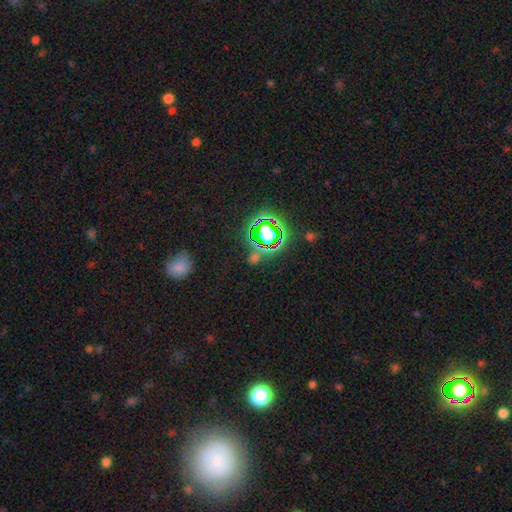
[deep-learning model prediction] Smooth or featured?
  - star or artifact: 71% *
  - smooth: 19%
  - featured or disk: 10%